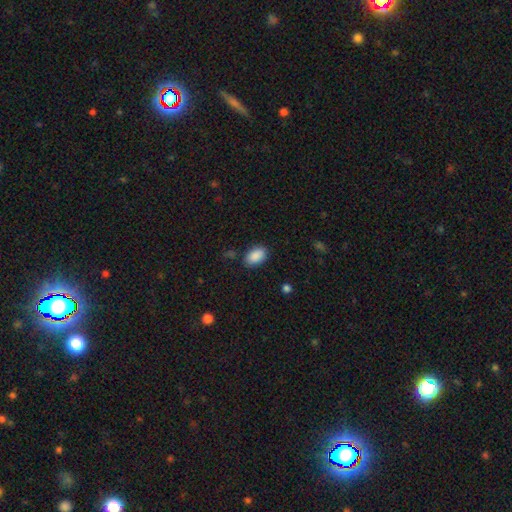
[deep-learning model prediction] This appears to be a smooth galaxy with no disk features (89%) that is in between round and cigar-shaped (91%). Merging: none (83%).